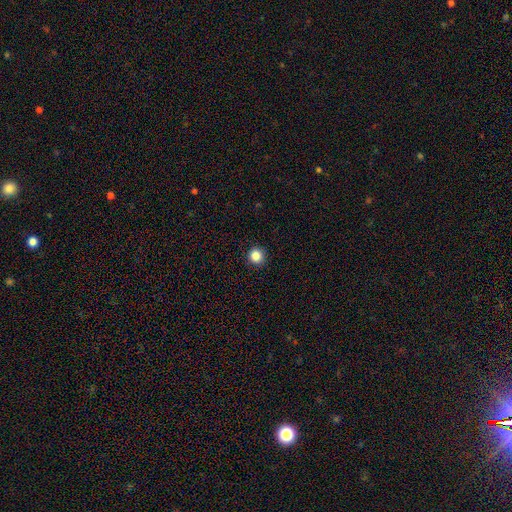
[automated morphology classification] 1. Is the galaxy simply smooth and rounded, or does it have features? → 85% smooth, 11% star or artifact, 4% featured or disk.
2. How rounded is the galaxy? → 93% round, 6% in between, 1% cigar-shaped.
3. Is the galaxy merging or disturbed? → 93% none, 5% minor disturbance, 2% major disturbance, 1% merger.